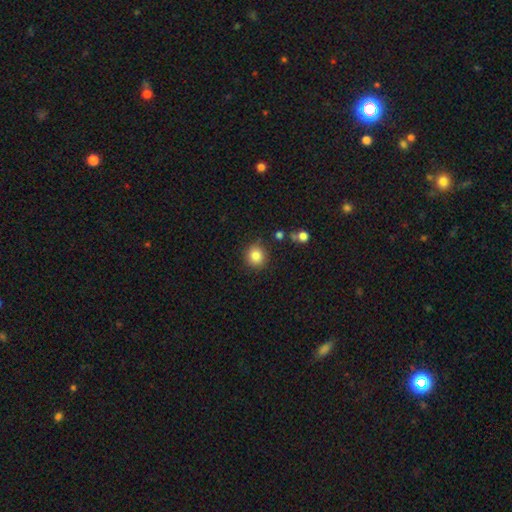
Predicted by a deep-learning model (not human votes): Morphology: type=smooth (85%); roundness=round (88%); merging=none (84%).